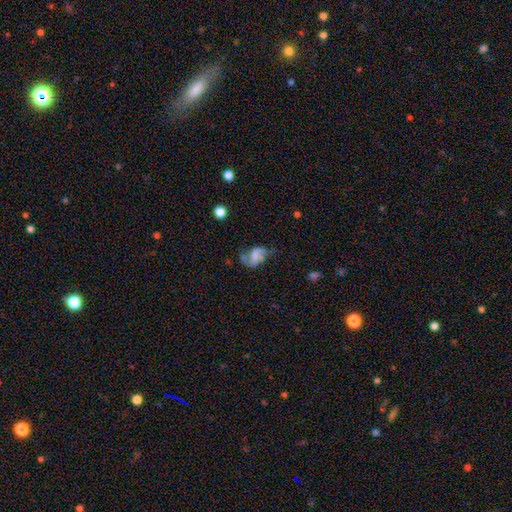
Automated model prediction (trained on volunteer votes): smooth_or_featured: featured or disk (p=0.62) [alt: smooth p=0.28]
disk_edge_on: no (p=0.97) [alt: yes p=0.03]
bar: weak (p=0.39) [alt: no p=0.36]
has_spiral_arms: yes (p=0.81) [alt: no p=0.19]
bulge_size: none (p=0.54) [alt: small p=0.21]
merging: none (p=0.40) [alt: major disturbance p=0.29]